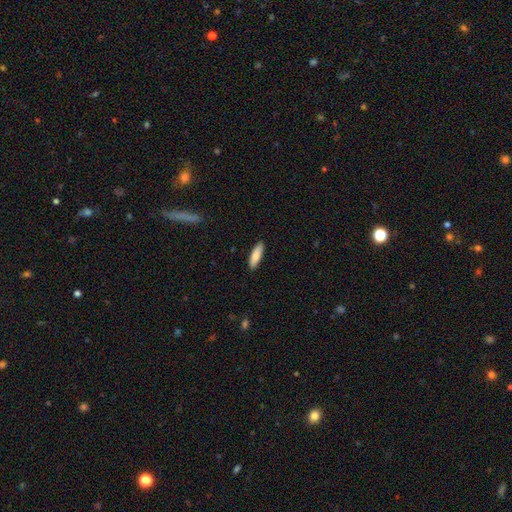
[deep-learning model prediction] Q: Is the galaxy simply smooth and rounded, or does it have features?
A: smooth — 83%.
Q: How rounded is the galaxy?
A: cigar-shaped — 55%.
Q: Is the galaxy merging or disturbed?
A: none — 89%.